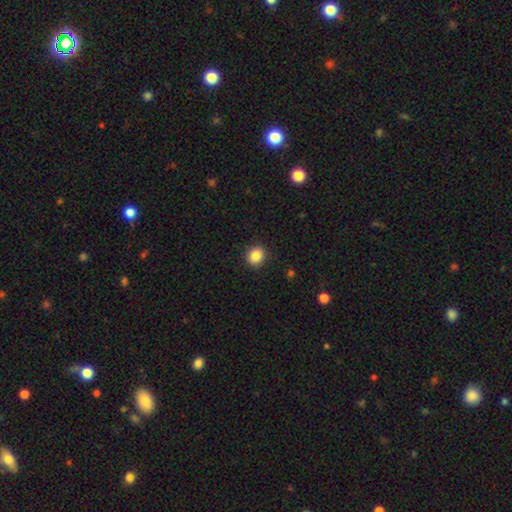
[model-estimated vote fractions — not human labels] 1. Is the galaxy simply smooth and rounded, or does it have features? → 86% smooth, 10% star or artifact, 4% featured or disk.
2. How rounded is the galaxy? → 76% round, 24% in between, 1% cigar-shaped.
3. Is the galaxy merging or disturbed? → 90% none, 7% minor disturbance, 2% major disturbance, 1% merger.